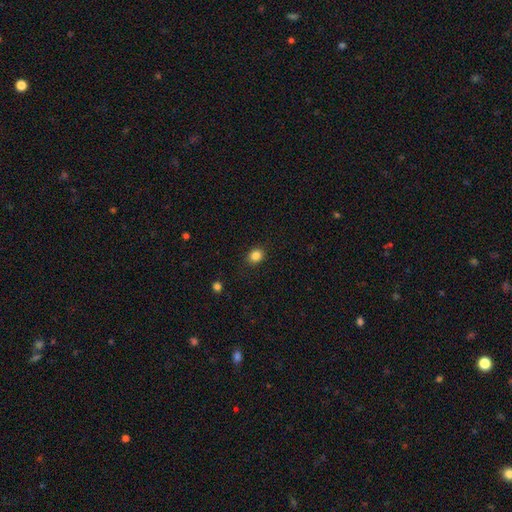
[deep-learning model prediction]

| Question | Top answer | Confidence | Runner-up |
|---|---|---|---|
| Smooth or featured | smooth | 85% | star or artifact (11%) |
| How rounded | round | 64% | in between (35%) |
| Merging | none | 87% | minor disturbance (10%) |